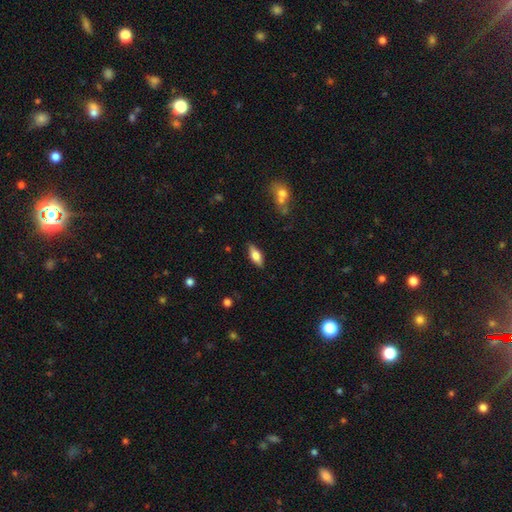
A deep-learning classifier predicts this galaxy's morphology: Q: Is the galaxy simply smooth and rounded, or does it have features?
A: smooth — 62%.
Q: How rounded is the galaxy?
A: in between — 74%.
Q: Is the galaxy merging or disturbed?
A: none — 85%.